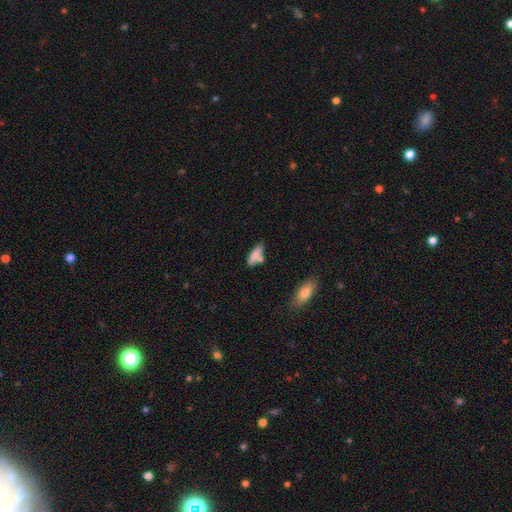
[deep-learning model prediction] Smooth or featured? smooth (80%)
How rounded? in between (59%)
Merging? none (56%)